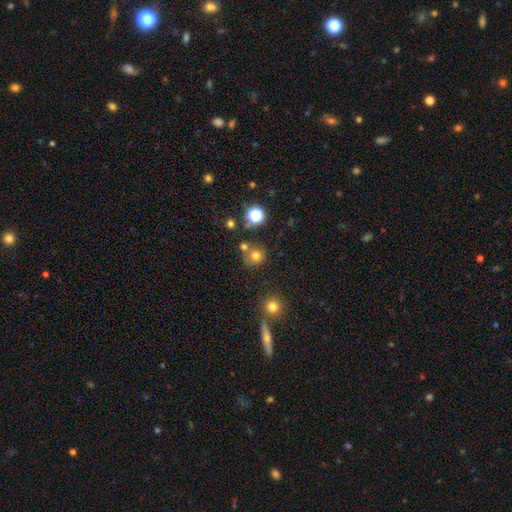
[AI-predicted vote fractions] A smooth galaxy with no disk features (72%) that is round (89%).

Vote fractions:
- Smooth or featured? smooth: 72% / star or artifact: 18% / featured or disk: 10%
- How rounded? round: 89% / in between: 10% / cigar-shaped: 1%
- Merging? none: 66% / merger: 18% / minor disturbance: 12% / major disturbance: 4%